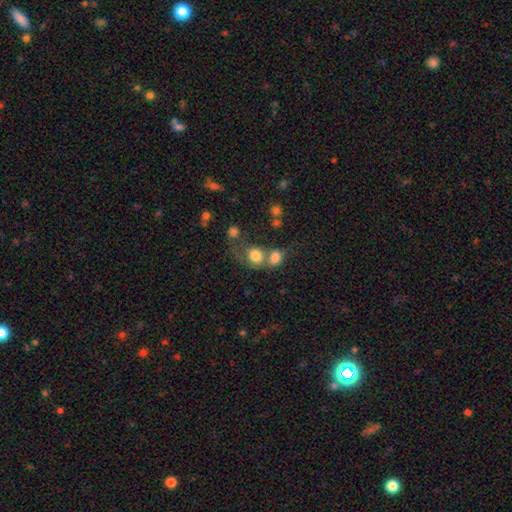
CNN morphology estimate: Overall: smooth (77%). How rounded: round (63%; in between 35%). Merging: merger (54%; none 26%).